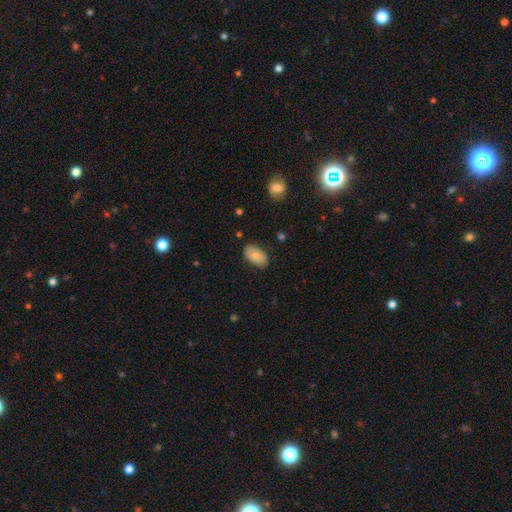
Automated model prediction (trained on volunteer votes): A smooth galaxy with no disk features (78%) that is in between round and cigar-shaped (94%).

Vote fractions:
- Smooth or featured? smooth: 78% / featured or disk: 15% / star or artifact: 7%
- How rounded? in between: 94% / round: 4% / cigar-shaped: 2%
- Merging? none: 83% / minor disturbance: 13% / major disturbance: 3% / merger: 1%